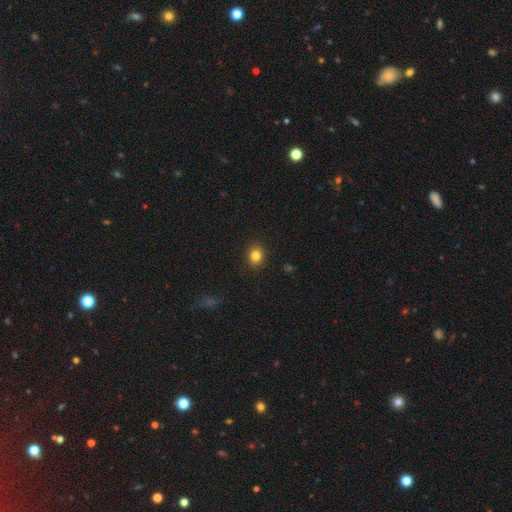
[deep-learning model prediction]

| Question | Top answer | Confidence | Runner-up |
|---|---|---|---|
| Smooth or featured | smooth | 83% | star or artifact (11%) |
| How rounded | round | 70% | in between (29%) |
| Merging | none | 90% | minor disturbance (7%) |